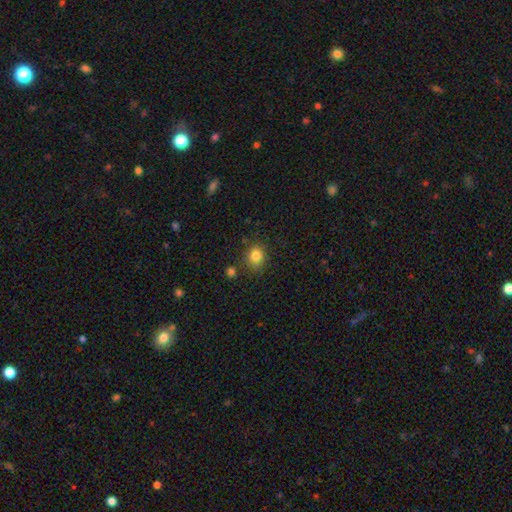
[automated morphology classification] smooth 82%, star or artifact 12%, featured or disk 6%. Down the decision tree: how rounded — round (69%); merging — none (81%).